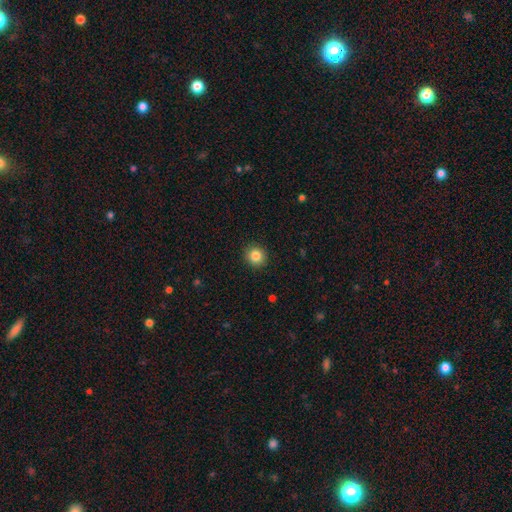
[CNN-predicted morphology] type=smooth (84%); roundness=round (90%); merging=none (92%).